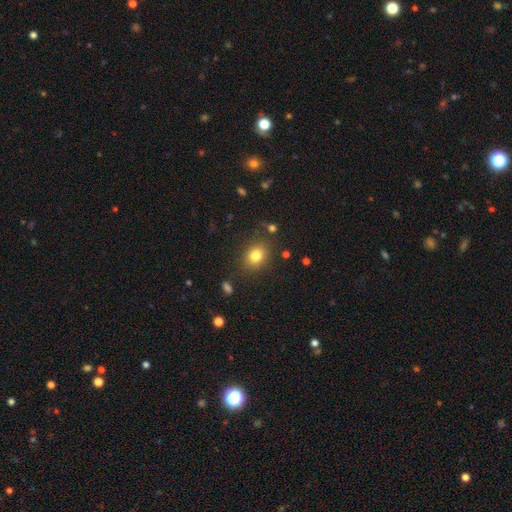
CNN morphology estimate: A smooth galaxy with no disk features (80%) that is round (51%).

Vote fractions:
- Smooth or featured? smooth: 80% / star or artifact: 12% / featured or disk: 8%
- How rounded? round: 51% / in between: 48% / cigar-shaped: 1%
- Merging? none: 82% / minor disturbance: 11% / major disturbance: 4% / merger: 3%